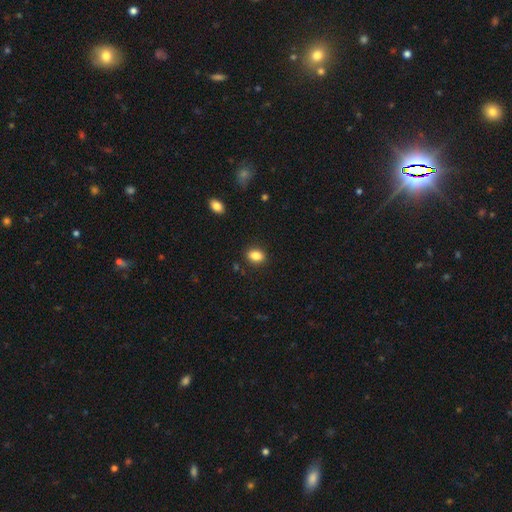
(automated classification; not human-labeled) Smooth or featured?
  - smooth: 86% *
  - star or artifact: 9%
  - featured or disk: 5%
How rounded?
  - in between: 76% *
  - round: 23%
  - cigar-shaped: 1%
Merging?
  - none: 88% *
  - minor disturbance: 9%
  - major disturbance: 2%
  - merger: 1%